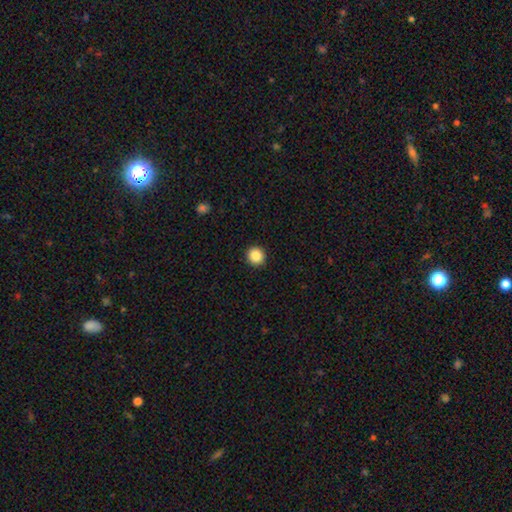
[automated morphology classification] smooth-or-featured: smooth: 88% | star or artifact: 9% | featured or disk: 3%
  how-rounded: round: 93% | in between: 6% | cigar-shaped: 1%
  merging: none: 93% | minor disturbance: 5% | major disturbance: 2% | merger: 1%